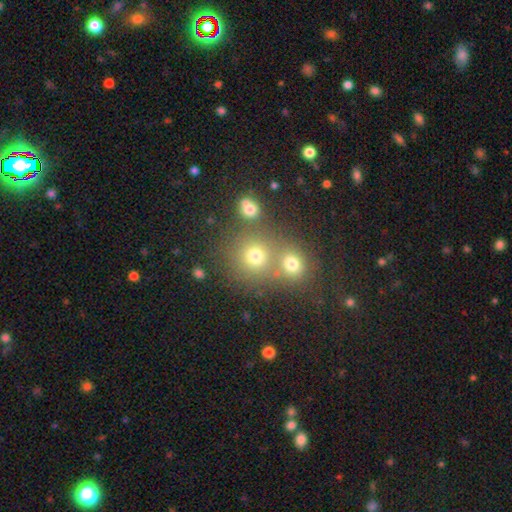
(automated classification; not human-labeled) This appears to be a smooth galaxy with no disk features (73%) that is round (87%). Merging: none (53%).